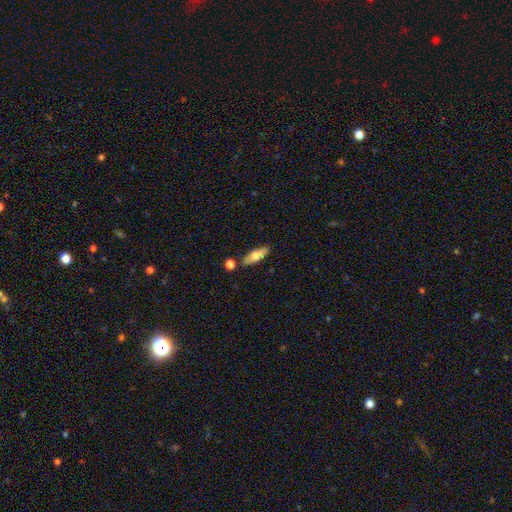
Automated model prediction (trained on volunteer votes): smooth_or_featured: smooth (p=0.62) [alt: featured or disk p=0.32]
how_rounded: in between (p=0.56) [alt: cigar-shaped p=0.41]
merging: none (p=0.80) [alt: minor disturbance p=0.11]